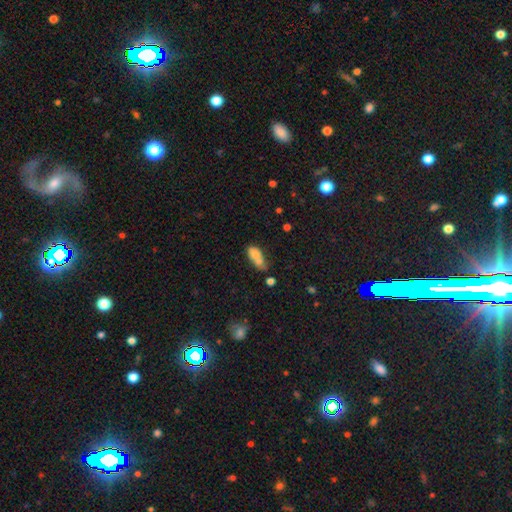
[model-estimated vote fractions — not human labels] This appears to be a smooth galaxy with no disk features (72%) that is in between round and cigar-shaped (83%). Merging: merger (43%).